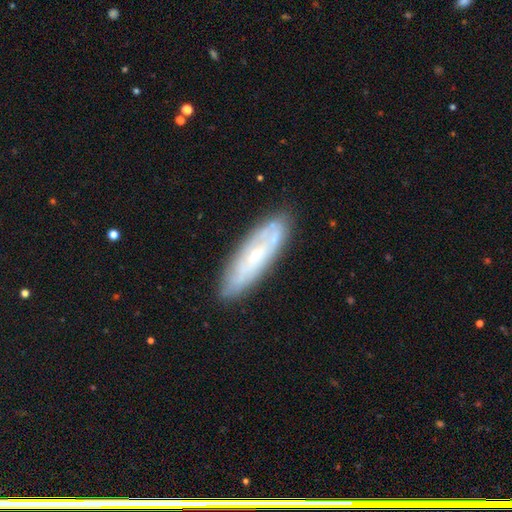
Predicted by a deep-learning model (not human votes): This is likely a featured or disk galaxy (63%). It is likely not viewed edge-on (73%). Merging: clearly none (81%).